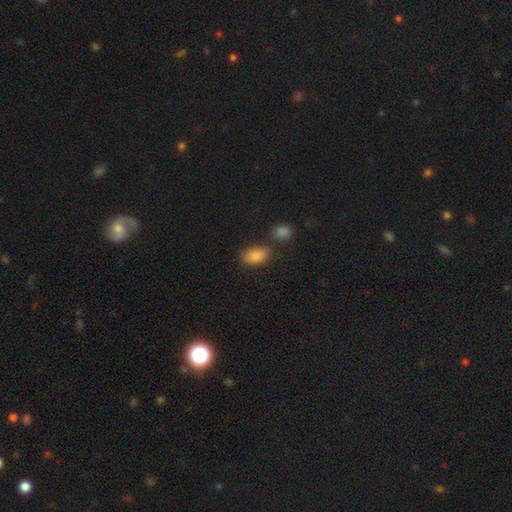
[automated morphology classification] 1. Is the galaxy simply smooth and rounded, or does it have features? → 82% smooth, 10% star or artifact, 8% featured or disk.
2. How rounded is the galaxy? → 89% in between, 9% round, 2% cigar-shaped.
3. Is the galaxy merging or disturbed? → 66% none, 16% merger, 15% minor disturbance, 4% major disturbance.